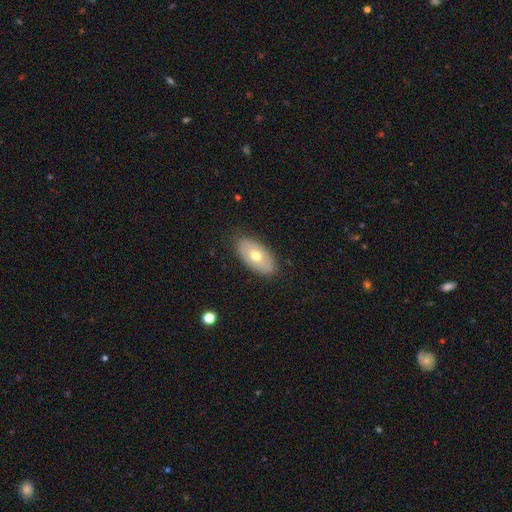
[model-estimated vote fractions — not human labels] Smooth or featured? Predicted: smooth (p=0.59). How rounded? Predicted: in between (p=0.93). Merging? Predicted: none (p=0.84).